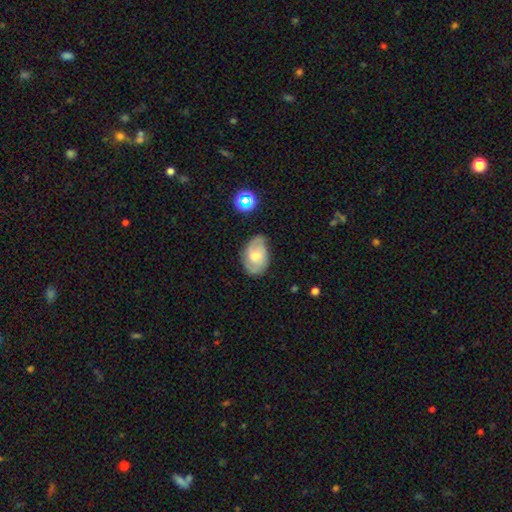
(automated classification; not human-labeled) Q: Smooth or featured?
A: featured or disk (51%); runner-up: smooth (40%)
Q: Edge-on disk?
A: no (95%); runner-up: yes (5%)
Q: Merging?
A: none (65%); runner-up: minor disturbance (26%)